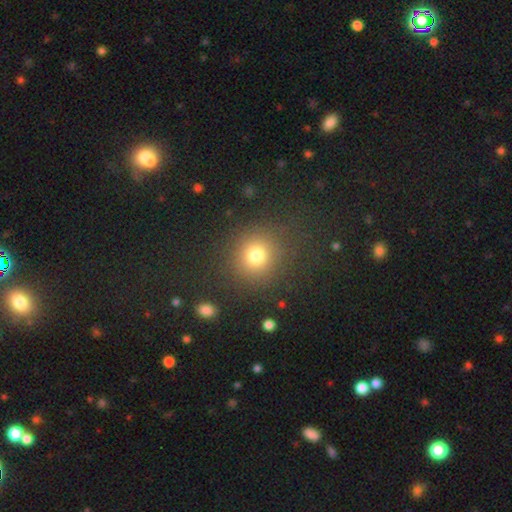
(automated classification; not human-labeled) smooth-or-featured: smooth: 76% | star or artifact: 17% | featured or disk: 8%
  how-rounded: round: 89% | in between: 10% | cigar-shaped: 1%
  merging: none: 86% | minor disturbance: 7% | major disturbance: 5% | merger: 2%